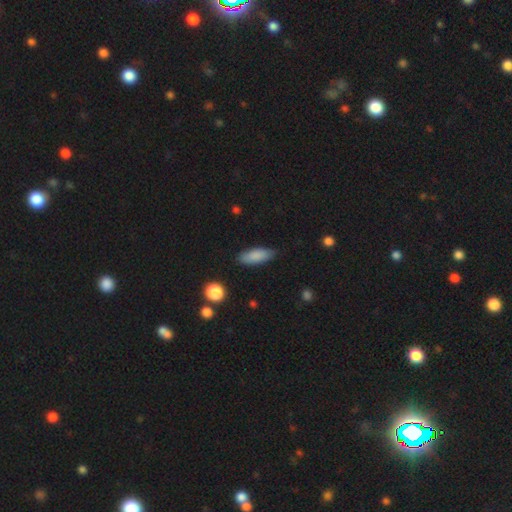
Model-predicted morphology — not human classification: Overall: smooth (85%). How rounded: in between (71%). Merging: none (81%).